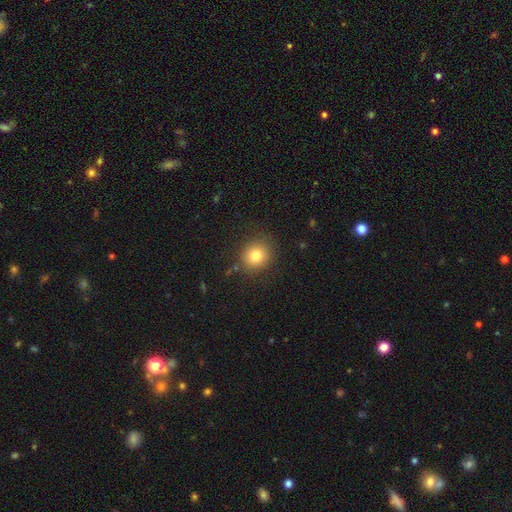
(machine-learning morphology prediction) smooth-or-featured: smooth: 80% | star or artifact: 12% | featured or disk: 8%
  how-rounded: round: 83% | in between: 16% | cigar-shaped: 1%
  merging: none: 86% | minor disturbance: 9% | major disturbance: 3% | merger: 2%